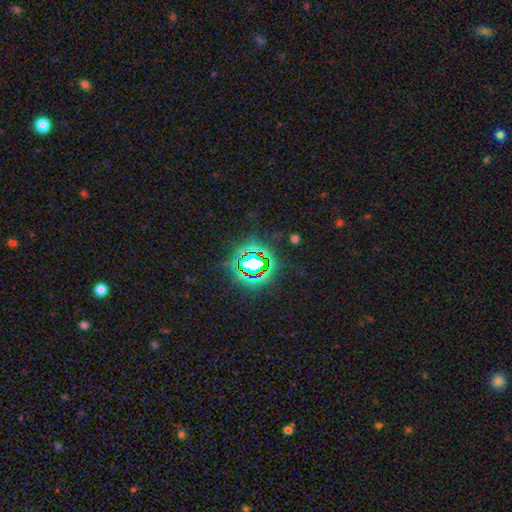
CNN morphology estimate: Q: Smooth or featured?
A: star or artifact (79%); runner-up: smooth (13%)